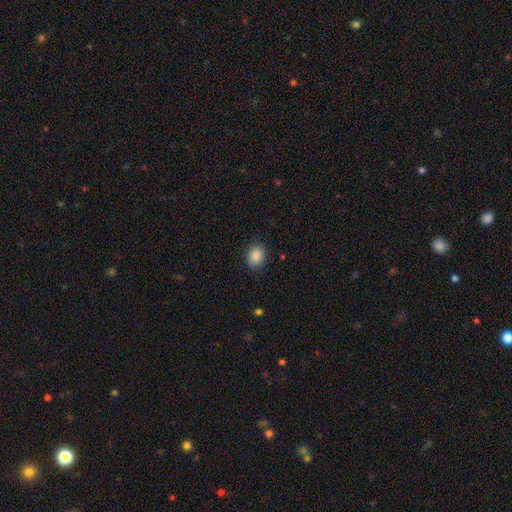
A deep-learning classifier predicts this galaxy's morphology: type=smooth (86%); roundness=round (53%); merging=none (86%).